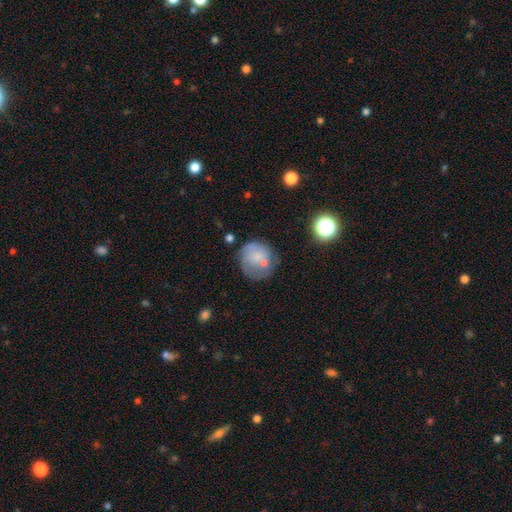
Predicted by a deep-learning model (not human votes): A smooth galaxy with no disk features (57%) that is round (85%).

Vote fractions:
- Smooth or featured? smooth: 57% / featured or disk: 34% / star or artifact: 9%
- How rounded? round: 85% / in between: 14% / cigar-shaped: 1%
- Merging? none: 52% / minor disturbance: 22% / major disturbance: 14% / merger: 12%